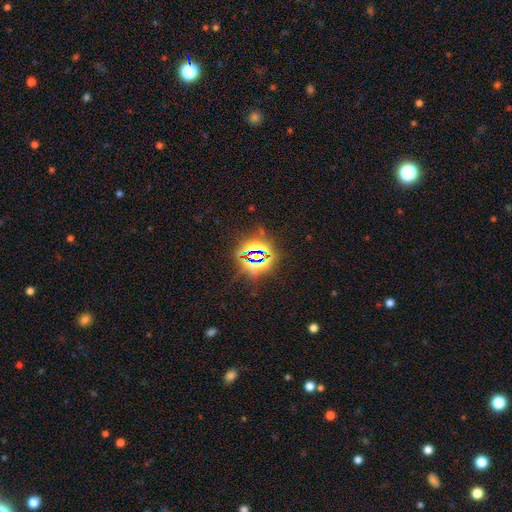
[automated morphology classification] This is clearly a star or artifact rather than a galaxy (82%).